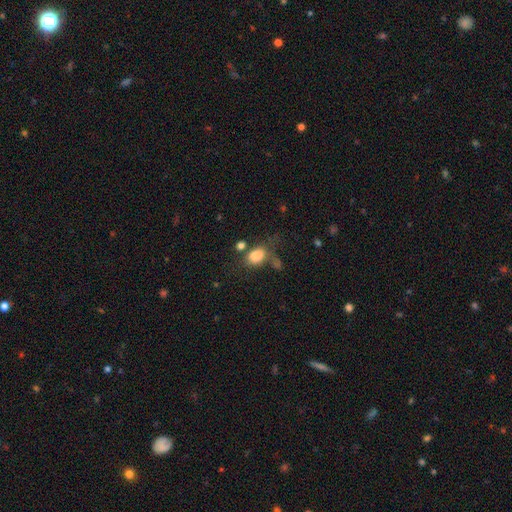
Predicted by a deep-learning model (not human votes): Smooth or featured: smooth — 79% (star or artifact — 11%)
How rounded: in between — 74% (round — 25%)
Merging: none — 39% (merger — 23%)